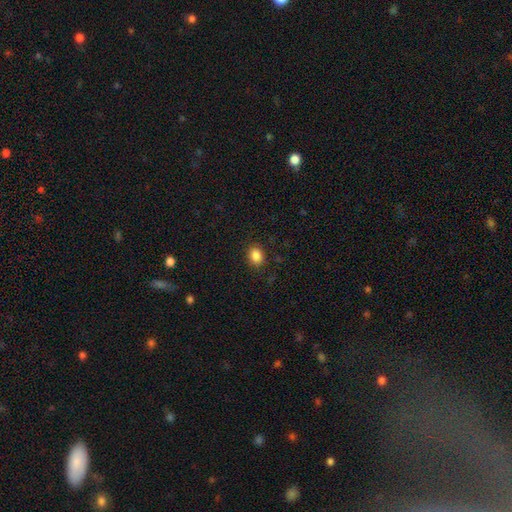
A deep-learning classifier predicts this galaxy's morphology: Smooth or featured? smooth (87%)
How rounded? in between (61%)
Merging? none (87%)